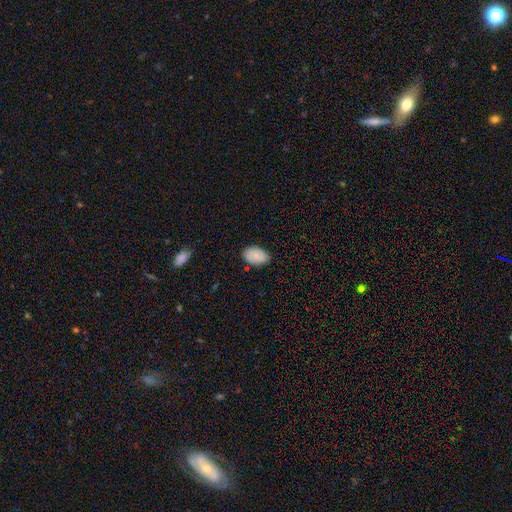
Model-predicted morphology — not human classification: Overall: smooth (85%). How rounded: in between (91%). Merging: none (79%).